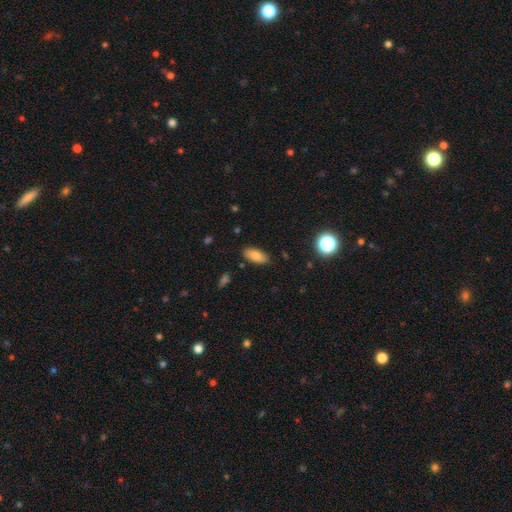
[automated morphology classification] smooth-or-featured: smooth: 83% | star or artifact: 9% | featured or disk: 8%
  how-rounded: in between: 88% | cigar-shaped: 9% | round: 3%
  merging: none: 86% | minor disturbance: 10% | major disturbance: 2% | merger: 2%